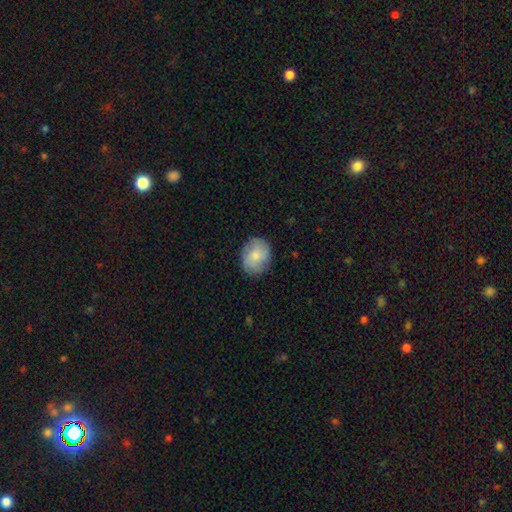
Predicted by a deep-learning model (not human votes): Smooth or featured? Predicted: smooth (p=0.76). How rounded? Predicted: round (p=0.52). Merging? Predicted: none (p=0.81).